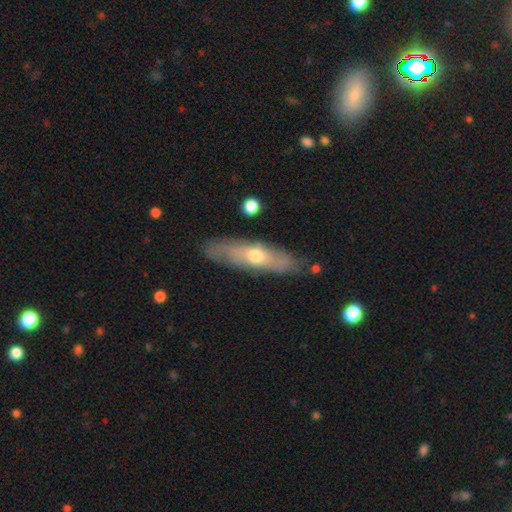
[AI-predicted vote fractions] Smooth or featured?
  - featured or disk: 52% *
  - smooth: 43%
  - star or artifact: 6%
Edge-on disk?
  - yes: 52% *
  - no: 48%
Merging?
  - none: 80% *
  - minor disturbance: 14%
  - major disturbance: 3%
  - merger: 2%